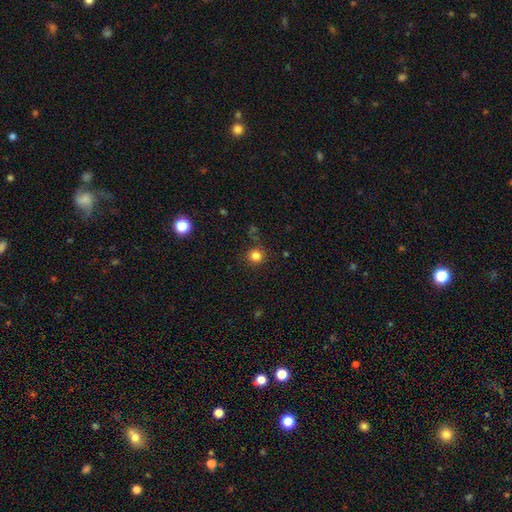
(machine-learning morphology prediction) Smooth or featured? Predicted: smooth (p=0.83). How rounded? Predicted: round (p=0.92). Merging? Predicted: none (p=0.87).